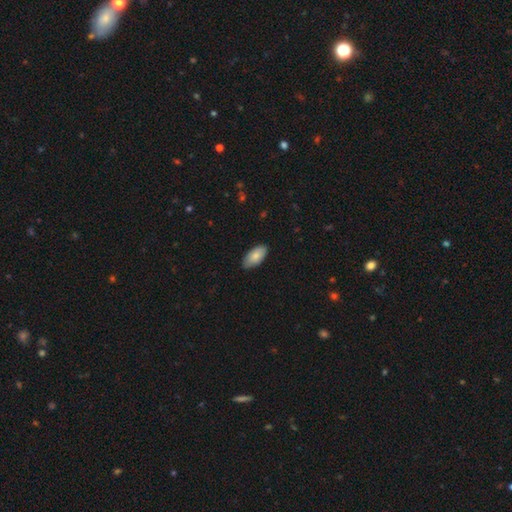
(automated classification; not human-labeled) smooth-or-featured: smooth: 82% | featured or disk: 13% | star or artifact: 6%
  how-rounded: in between: 94% | cigar-shaped: 4% | round: 2%
  merging: none: 84% | minor disturbance: 13% | major disturbance: 2% | merger: 1%